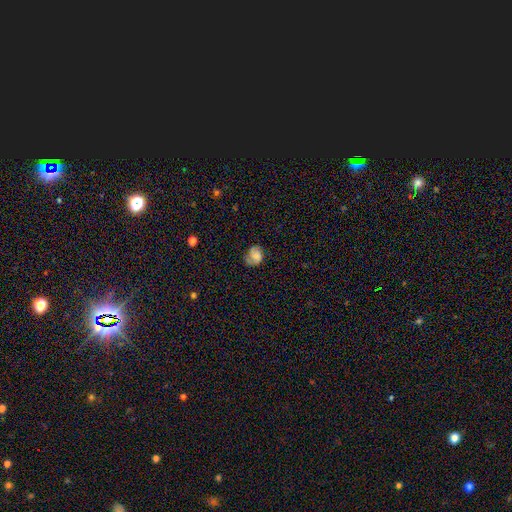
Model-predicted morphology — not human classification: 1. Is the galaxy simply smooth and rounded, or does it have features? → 53% smooth, 36% featured or disk, 11% star or artifact.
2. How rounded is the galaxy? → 56% round, 43% in between, 1% cigar-shaped.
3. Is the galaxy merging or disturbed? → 53% none, 28% minor disturbance, 17% major disturbance, 2% merger.